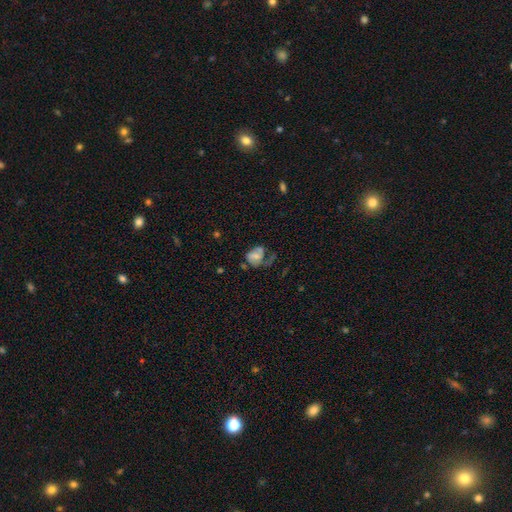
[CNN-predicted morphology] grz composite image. It shows a featured or disk galaxy (45%). Merging: major disturbance (40%).